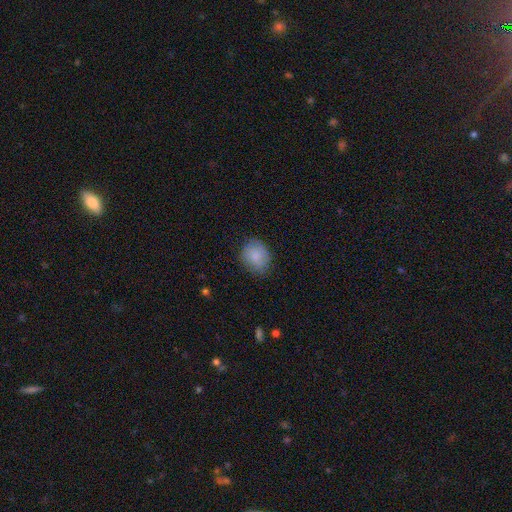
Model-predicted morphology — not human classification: type=smooth (84%); roundness=round (54%); merging=none (75%).